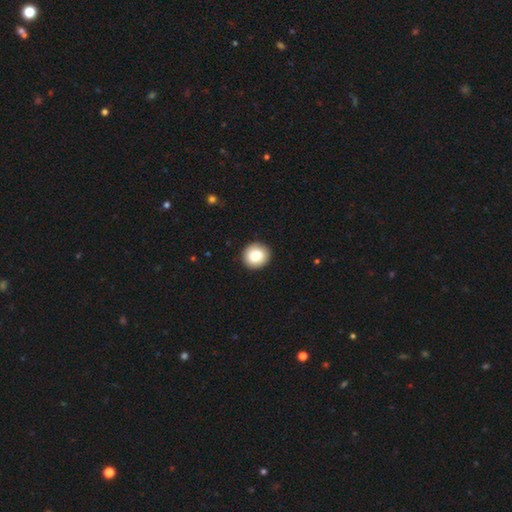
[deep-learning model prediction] Smooth or featured? smooth (85%)
How rounded? round (91%)
Merging? none (92%)